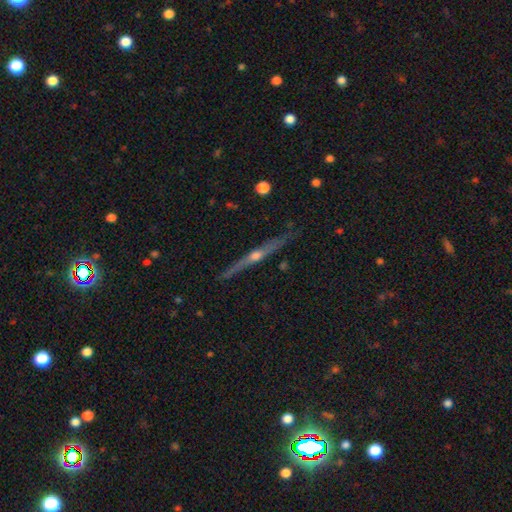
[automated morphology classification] This appears to be a featured or disk galaxy (76%) viewed edge-on (96%) with a rounded central bulge (90%). Merging: none (86%).